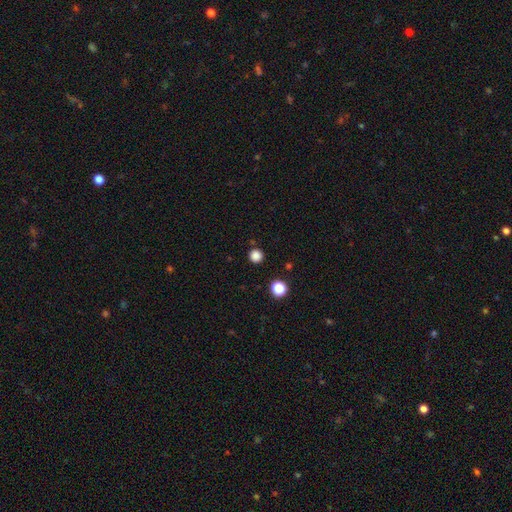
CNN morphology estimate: Smooth or featured? smooth (84%)
How rounded? round (96%)
Merging? none (90%)